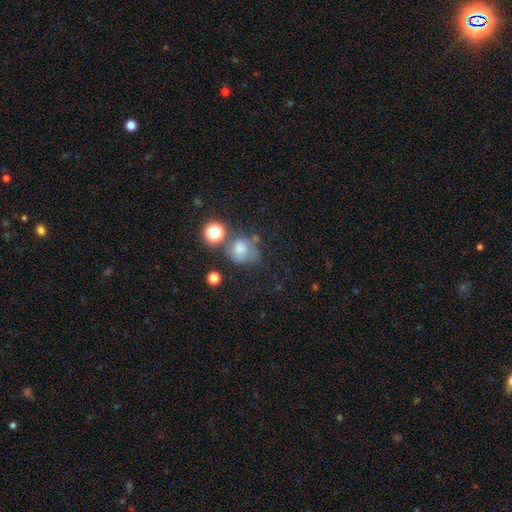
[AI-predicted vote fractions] Smooth or featured? Predicted: smooth (p=0.42). Merging? Predicted: none (p=0.60).